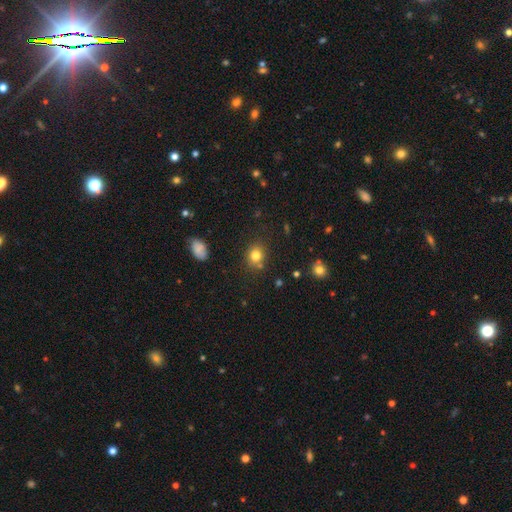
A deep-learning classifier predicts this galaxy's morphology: This is likely a smooth galaxy (79%). How rounded: likely round (68%). Merging: likely none (76%).